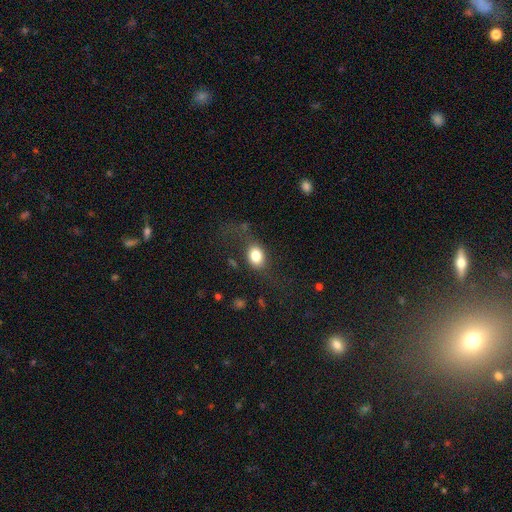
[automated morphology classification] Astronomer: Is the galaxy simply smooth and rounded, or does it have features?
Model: smooth — 78%.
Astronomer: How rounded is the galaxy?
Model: in between — 60% (runner-up: round, 38%).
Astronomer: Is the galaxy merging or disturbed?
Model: none — 58%.